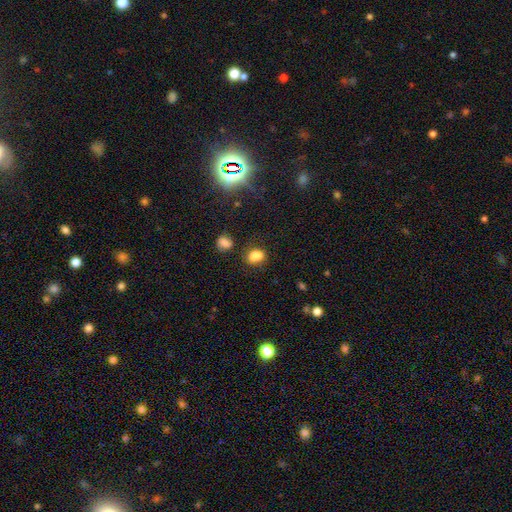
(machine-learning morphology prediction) type=smooth (81%); roundness=in between (73%); merging=none (63%).